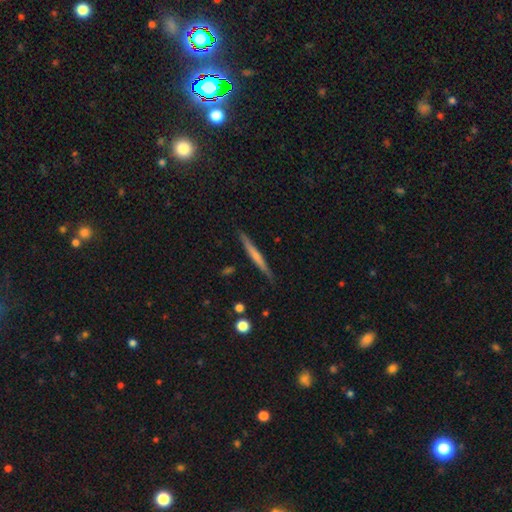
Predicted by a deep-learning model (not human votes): Morphology: type=featured or disk (48%); merging=none (88%).